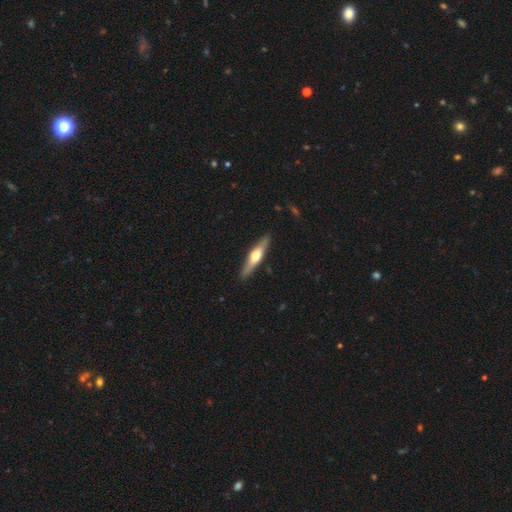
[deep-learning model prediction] This is possibly a featured or disk galaxy (60%). It is clearly viewed edge-on (95%). Edge-on bulge: clearly rounded (93%). Merging: clearly none (90%).